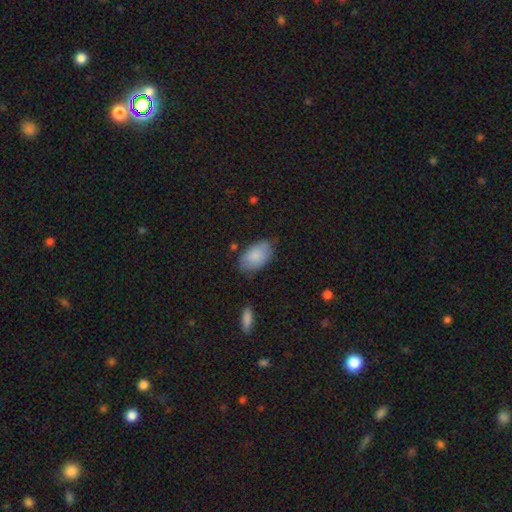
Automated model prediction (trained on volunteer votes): smooth 83%, featured or disk 11%, star or artifact 6%. Down the decision tree: how rounded — in between (94%); merging — none (69%).